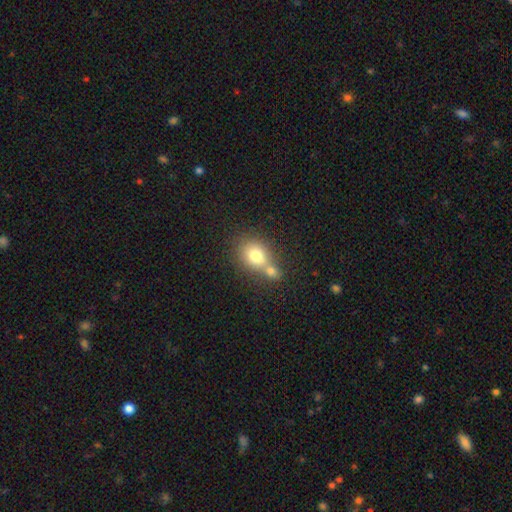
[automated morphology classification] Smooth or featured: smooth — 76% (featured or disk — 14%)
How rounded: round — 55% (in between — 43%)
Merging: merger — 55% (none — 32%)